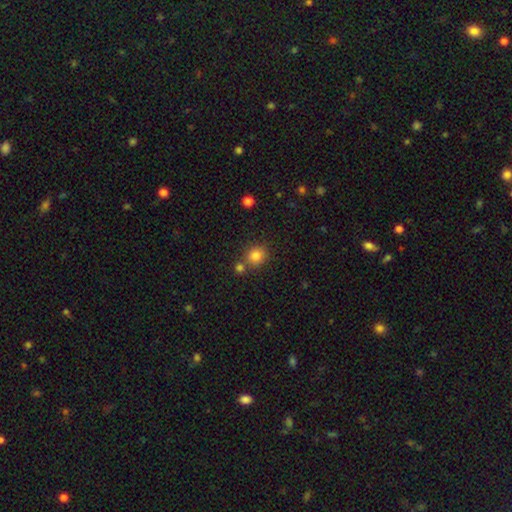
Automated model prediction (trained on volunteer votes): Smooth or featured?
  - smooth: 83% *
  - star or artifact: 11%
  - featured or disk: 6%
How rounded?
  - round: 85% *
  - in between: 14%
  - cigar-shaped: 1%
Merging?
  - none: 70% *
  - merger: 17%
  - minor disturbance: 9%
  - major disturbance: 3%